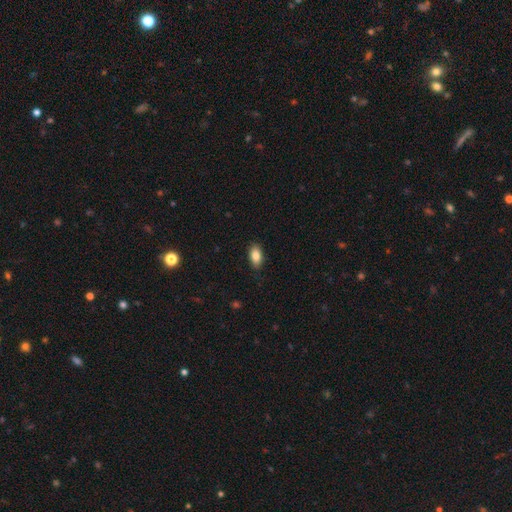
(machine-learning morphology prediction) The model was most divided on "merging": none: 87%, minor disturbance: 10%, major disturbance: 2%, merger: 1%. More confident: how rounded — in between (91%); smooth or featured — smooth (86%).